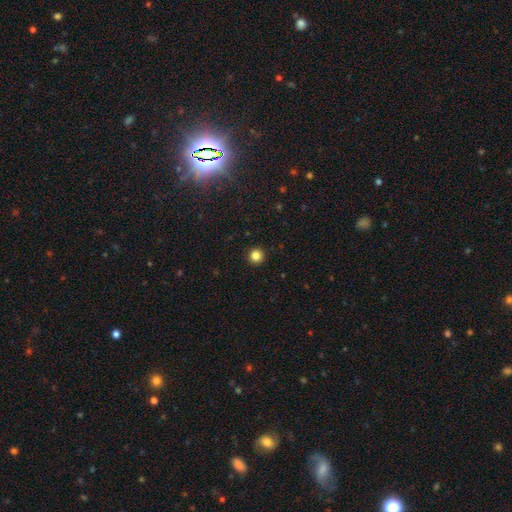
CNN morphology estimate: Smooth or featured? smooth (84%)
How rounded? round (95%)
Merging? none (93%)